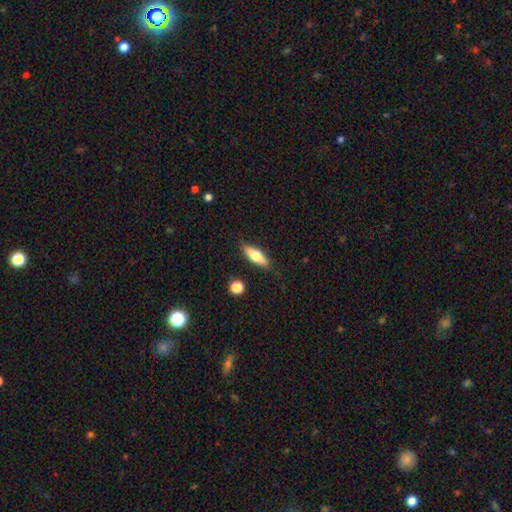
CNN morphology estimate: A smooth galaxy with no disk features (67%) that is in between round and cigar-shaped (57%).

Vote fractions:
- Smooth or featured? smooth: 67% / featured or disk: 26% / star or artifact: 7%
- How rounded? in between: 57% / cigar-shaped: 40% / round: 3%
- Merging? none: 83% / minor disturbance: 12% / major disturbance: 3% / merger: 2%